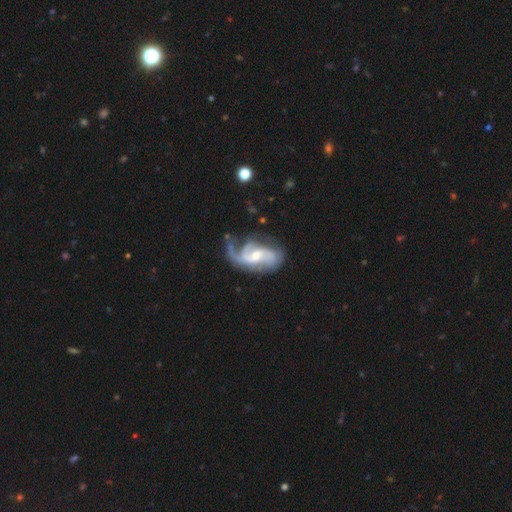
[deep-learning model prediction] Q: Smooth or featured?
A: featured or disk (86%); runner-up: smooth (9%)
Q: Edge-on disk?
A: no (97%); runner-up: yes (3%)
Q: Bar?
A: weak (46%); runner-up: no (38%)
Q: Spiral arms?
A: yes (95%); runner-up: no (5%)
Q: Spiral winding?
A: medium (46%); runner-up: loose (31%)
Q: Spiral arm count?
A: 2 (50%); runner-up: 3 (17%)
Q: Bulge size?
A: small (48%); runner-up: moderate (46%)
Q: Merging?
A: none (42%); runner-up: major disturbance (29%)